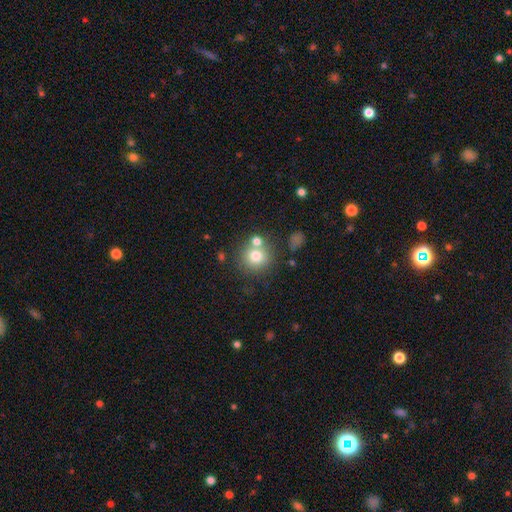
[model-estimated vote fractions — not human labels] Q: Smooth or featured?
A: smooth (75%); runner-up: featured or disk (13%)
Q: How rounded?
A: round (90%); runner-up: in between (9%)
Q: Merging?
A: none (62%); runner-up: merger (25%)